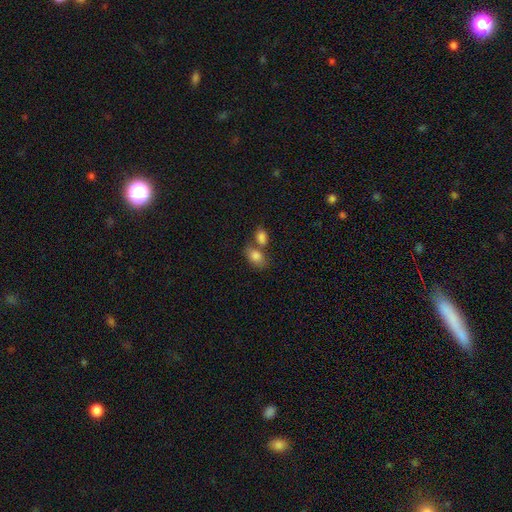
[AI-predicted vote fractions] A smooth galaxy with no disk features (83%) that is in between round and cigar-shaped (84%).

Vote fractions:
- Smooth or featured? smooth: 83% / featured or disk: 9% / star or artifact: 8%
- How rounded? in between: 84% / round: 14% / cigar-shaped: 2%
- Merging? merger: 44% / none: 40% / minor disturbance: 12% / major disturbance: 5%